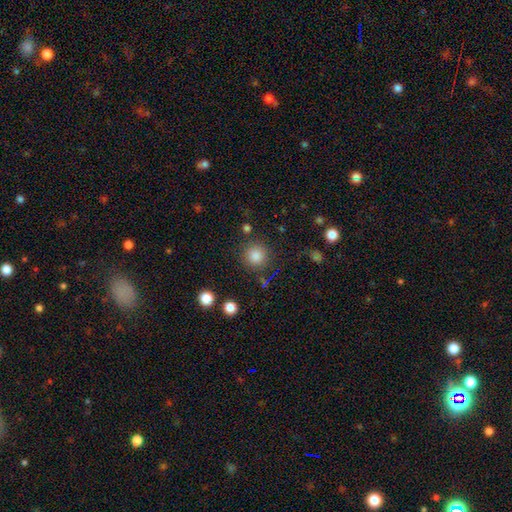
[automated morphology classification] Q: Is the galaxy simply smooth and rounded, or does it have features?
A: smooth — 84%.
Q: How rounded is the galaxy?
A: round — 93%.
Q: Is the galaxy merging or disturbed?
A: none — 85%.